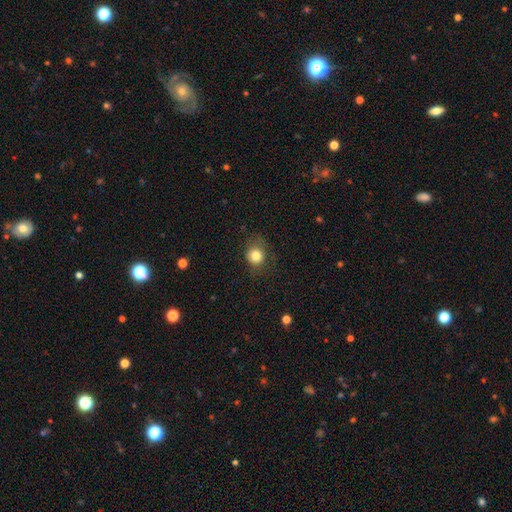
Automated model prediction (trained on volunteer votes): smooth_or_featured: smooth (p=0.82) [alt: star or artifact p=0.10]
how_rounded: round (p=0.79) [alt: in between p=0.20]
merging: none (p=0.68) [alt: minor disturbance p=0.21]